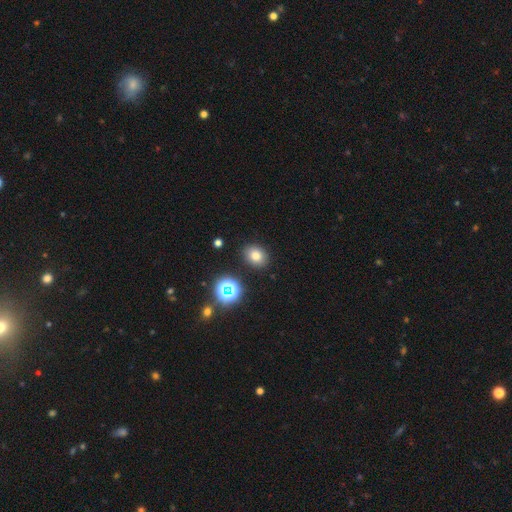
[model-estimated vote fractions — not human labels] A smooth galaxy with no disk features (76%) that is in between round and cigar-shaped (52%).

Vote fractions:
- Smooth or featured? smooth: 76% / star or artifact: 16% / featured or disk: 8%
- How rounded? in between: 52% / round: 47% / cigar-shaped: 1%
- Merging? none: 87% / minor disturbance: 8% / major disturbance: 3% / merger: 2%